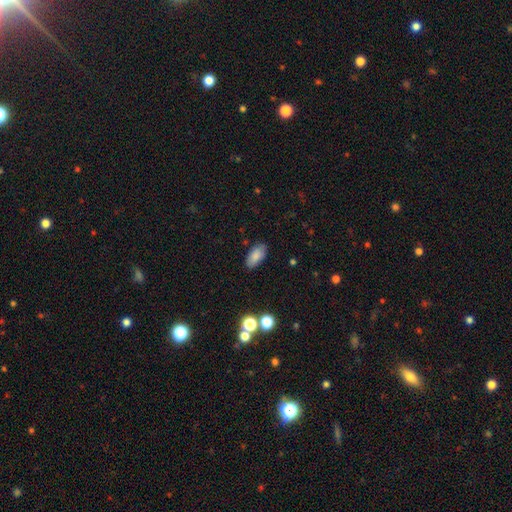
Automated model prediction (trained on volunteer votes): smooth_or_featured: smooth (p=0.84) [alt: star or artifact p=0.08]
how_rounded: in between (p=0.92) [alt: cigar-shaped p=0.06]
merging: none (p=0.84) [alt: minor disturbance p=0.11]